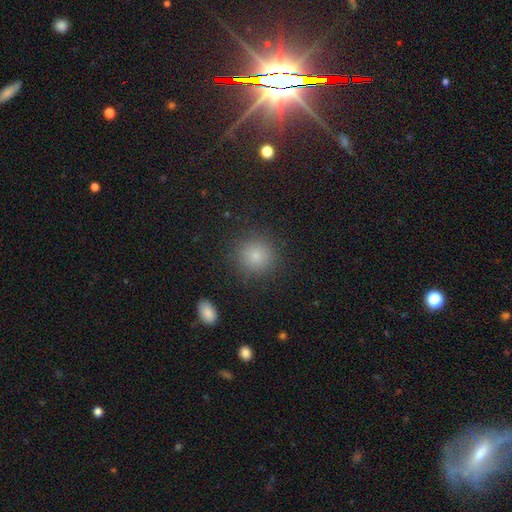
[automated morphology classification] Smooth or featured: smooth — 80% (star or artifact — 14%)
How rounded: round — 92% (in between — 7%)
Merging: none — 88% (minor disturbance — 7%)